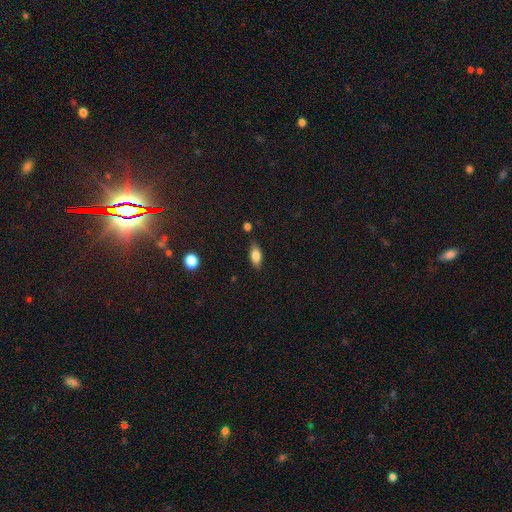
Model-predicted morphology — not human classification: Q: Smooth or featured?
A: smooth (80%); runner-up: featured or disk (12%)
Q: How rounded?
A: in between (84%); runner-up: cigar-shaped (13%)
Q: Merging?
A: none (81%); runner-up: minor disturbance (13%)